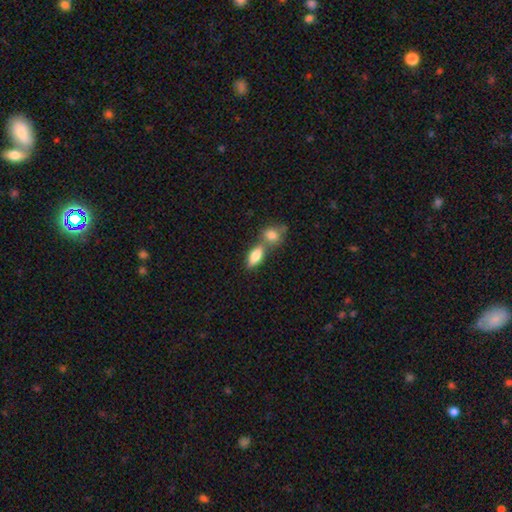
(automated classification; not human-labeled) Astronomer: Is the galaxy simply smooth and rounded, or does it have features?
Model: smooth — 80%.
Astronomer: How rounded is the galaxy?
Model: in between — 81%.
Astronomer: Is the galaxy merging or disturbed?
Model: merger — 45% (runner-up: none, 42%).